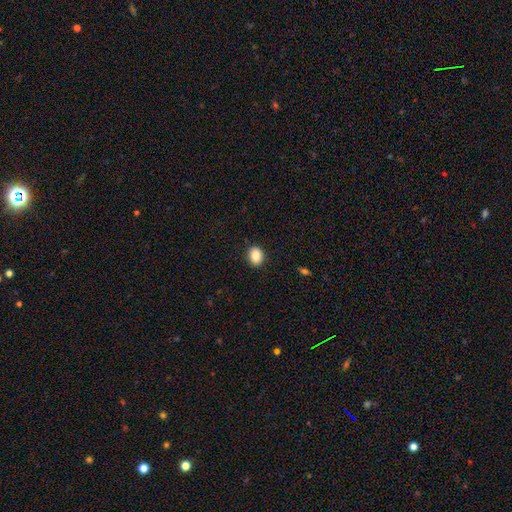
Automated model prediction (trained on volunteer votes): Overall: smooth (87%). How rounded: in between (57%; round 42%). Merging: none (89%).